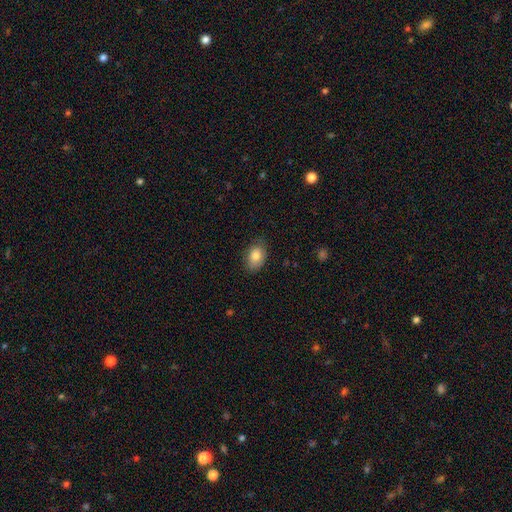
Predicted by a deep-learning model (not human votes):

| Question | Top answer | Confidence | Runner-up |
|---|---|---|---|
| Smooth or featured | smooth | 83% | featured or disk (10%) |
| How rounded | in between | 85% | round (14%) |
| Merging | none | 80% | minor disturbance (16%) |